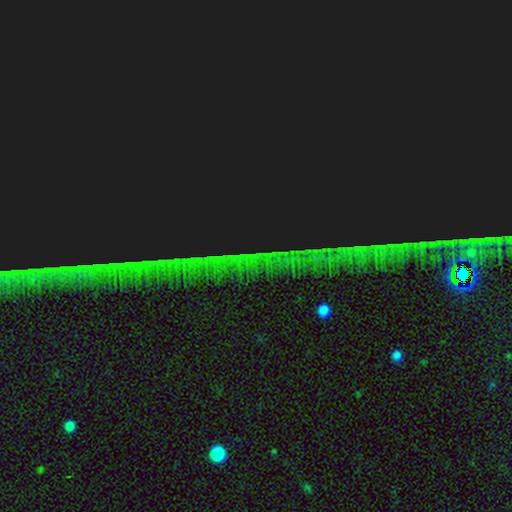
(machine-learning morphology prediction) Smooth or featured?
  - star or artifact: 85% *
  - smooth: 8%
  - featured or disk: 8%